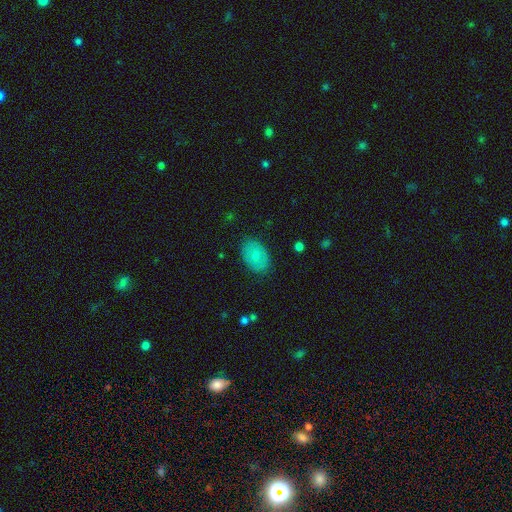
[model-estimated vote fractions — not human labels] Q: Smooth or featured?
A: smooth (77%); runner-up: featured or disk (16%)
Q: How rounded?
A: in between (87%); runner-up: round (12%)
Q: Merging?
A: none (85%); runner-up: minor disturbance (11%)